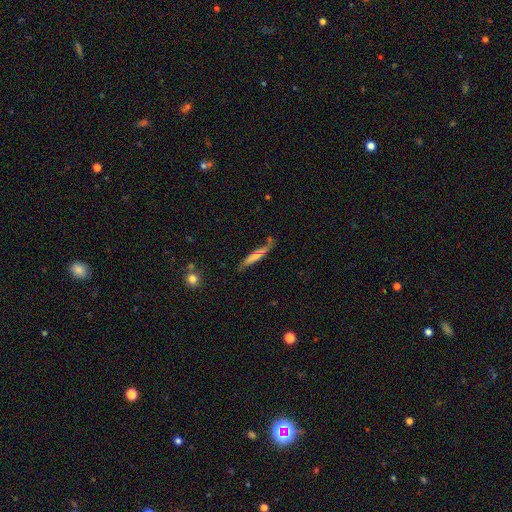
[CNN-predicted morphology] Smooth or featured: smooth — 55% (featured or disk — 39%)
How rounded: cigar-shaped — 90% (in between — 8%)
Merging: none — 62% (minor disturbance — 25%)